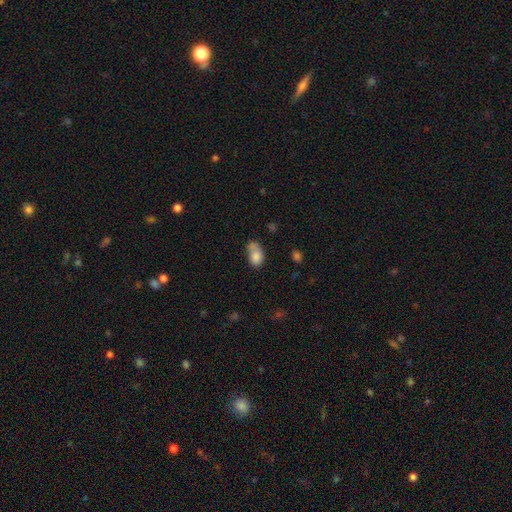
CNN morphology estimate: smooth_or_featured: smooth (p=0.80) [alt: featured or disk p=0.11]
how_rounded: in between (p=0.83) [alt: round p=0.15]
merging: none (p=0.33) [alt: minor disturbance p=0.27]